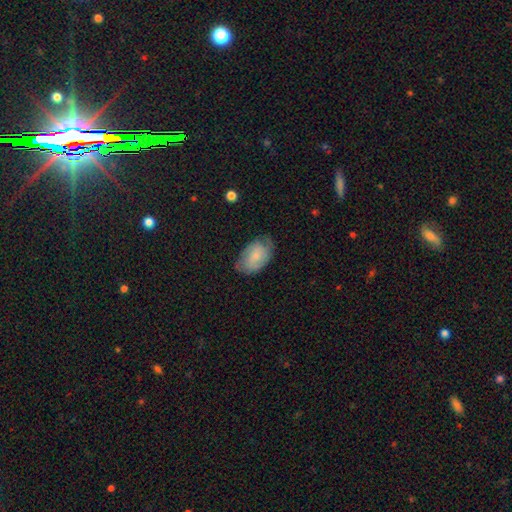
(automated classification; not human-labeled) A smooth galaxy with no disk features (64%) that is in between round and cigar-shaped (91%). Merging: none (64%).